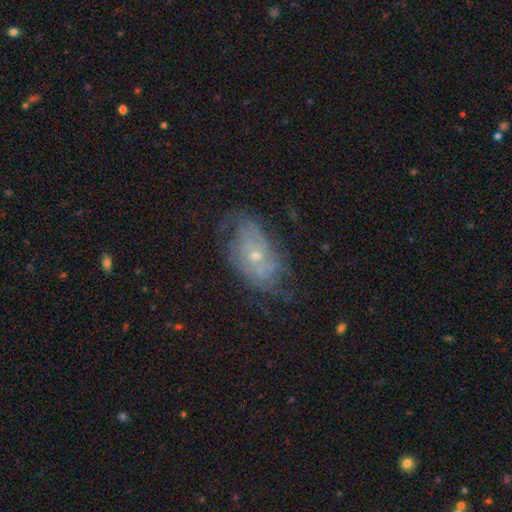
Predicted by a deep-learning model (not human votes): smooth-or-featured: featured or disk: 71% | smooth: 20% | star or artifact: 9%
  disk-edge-on: no: 94% | yes: 6%
    bar: no: 79% | weak: 17% | strong: 3%
    has-spiral-arms: yes: 76% | no: 24%
      spiral-winding: tight: 49% | medium: 33% | loose: 18%
      spiral-arm-count: can't tell: 53% | 2: 22% | 3: 9% | 4: 6% | 1: 5% | more than 4: 4%
    bulge-size: small: 66% | moderate: 30% | none: 2% | large: 1% | dominant: 1%
  merging: none: 60% | minor disturbance: 24% | major disturbance: 14% | merger: 2%